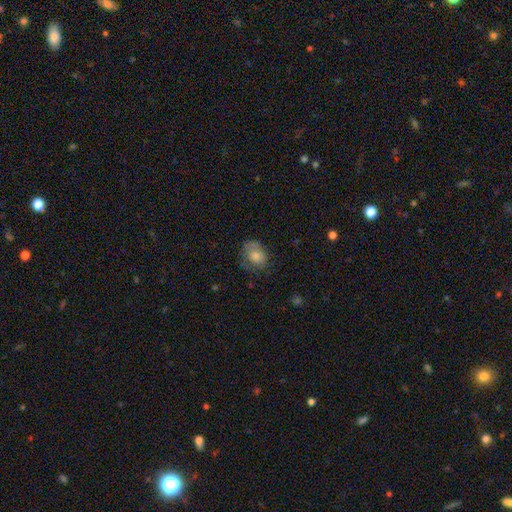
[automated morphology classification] This is likely a smooth galaxy (66%). How rounded: possibly in between (54%). Merging: possibly none (59%).